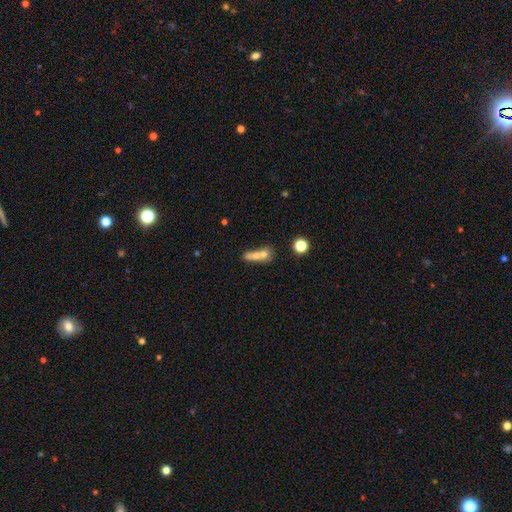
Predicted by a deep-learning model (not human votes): smooth-or-featured: smooth: 62% | featured or disk: 25% | star or artifact: 13%
  how-rounded: in between: 44% | round: 39% | cigar-shaped: 17%
  merging: merger: 63% | none: 24% | minor disturbance: 7% | major disturbance: 6%